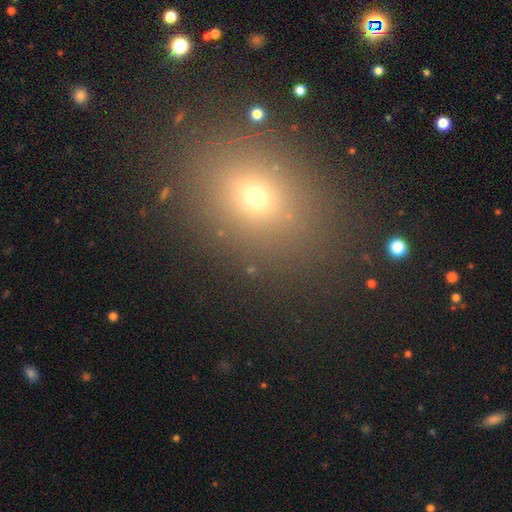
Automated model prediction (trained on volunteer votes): smooth 59%, star or artifact 30%, featured or disk 11%. Down the decision tree: how rounded — in between (55%); merging — none (88%).